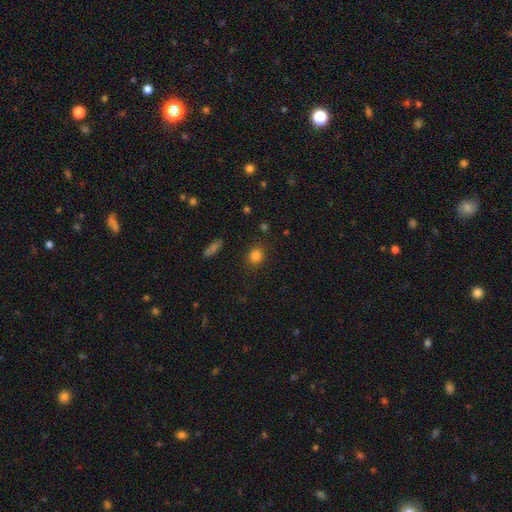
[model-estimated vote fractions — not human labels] Smooth or featured? smooth (82%)
How rounded? round (70%)
Merging? none (86%)